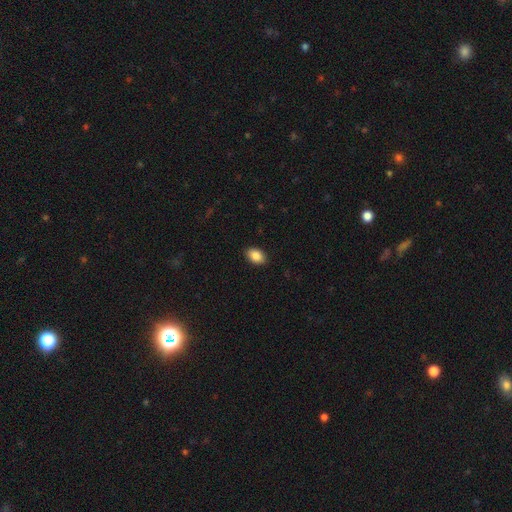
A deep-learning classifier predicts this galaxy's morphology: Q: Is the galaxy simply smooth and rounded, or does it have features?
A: smooth — 88%.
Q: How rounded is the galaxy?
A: in between — 88%.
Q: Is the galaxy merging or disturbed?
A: none — 90%.